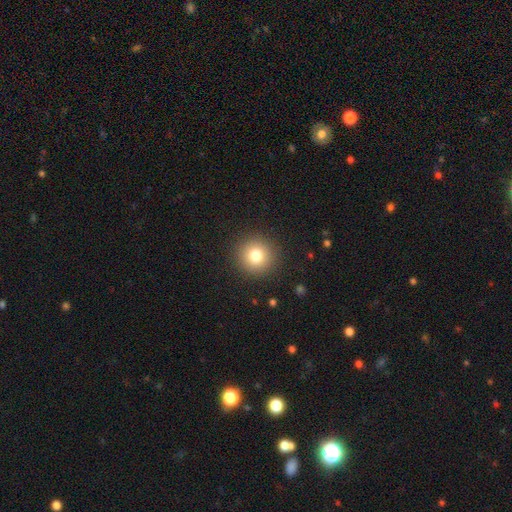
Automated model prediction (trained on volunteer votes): Morphology: type=smooth (79%); roundness=round (95%); merging=none (91%).